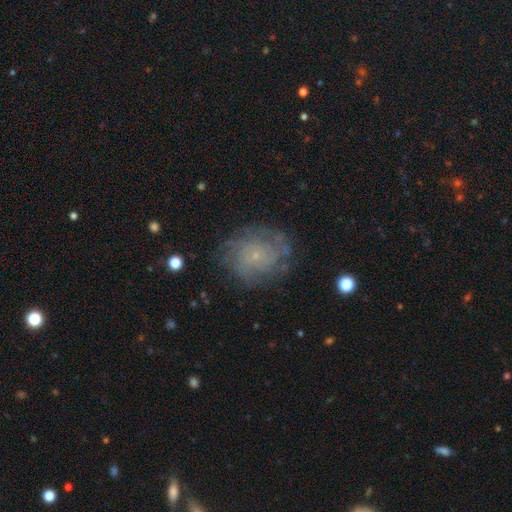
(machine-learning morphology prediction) A featured or disk galaxy (61%) with no bar (85%), spiral arms (80%) and a small central bulge (85%).

Vote fractions:
- Smooth or featured? featured or disk: 61% / smooth: 28% / star or artifact: 11%
- Edge-on disk? no: 97% / yes: 3%
- Bar? no: 85% / weak: 13% / strong: 2%
- Spiral arms? yes: 80% / no: 20%
- Bulge size? small: 85% / moderate: 8% / none: 5% / large: 1% / dominant: 1%
- Merging? none: 72% / minor disturbance: 17% / major disturbance: 9% / merger: 1%